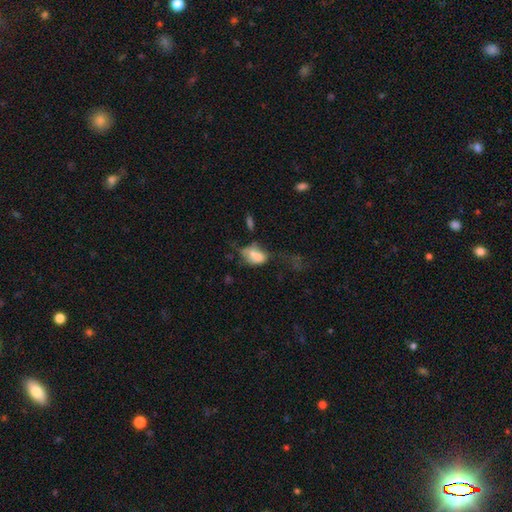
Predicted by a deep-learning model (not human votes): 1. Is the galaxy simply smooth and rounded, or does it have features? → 64% smooth, 25% featured or disk, 10% star or artifact.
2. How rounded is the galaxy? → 76% in between, 22% round, 2% cigar-shaped.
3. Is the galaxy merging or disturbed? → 34% merger, 27% major disturbance, 21% none, 18% minor disturbance.